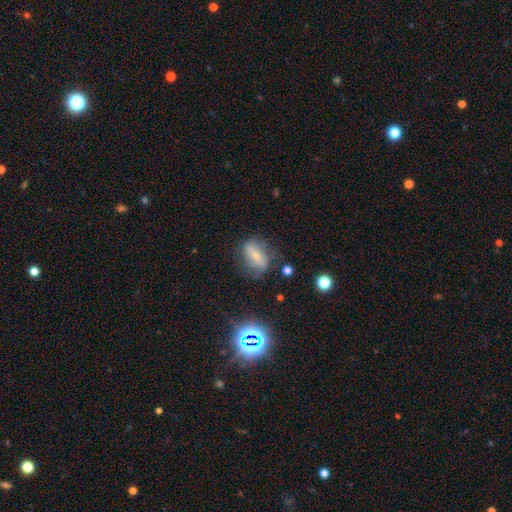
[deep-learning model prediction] This is possibly a featured or disk galaxy (49%). Merging: likely none (62%).